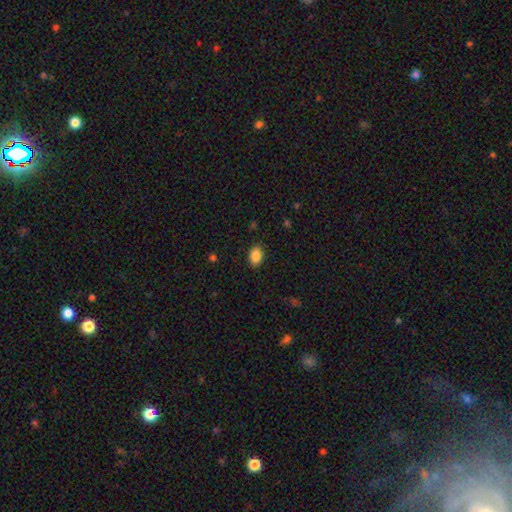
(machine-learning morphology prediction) smooth_or_featured: smooth (p=0.88) [alt: star or artifact p=0.08]
how_rounded: in between (p=0.83) [alt: round p=0.16]
merging: none (p=0.88) [alt: minor disturbance p=0.09]